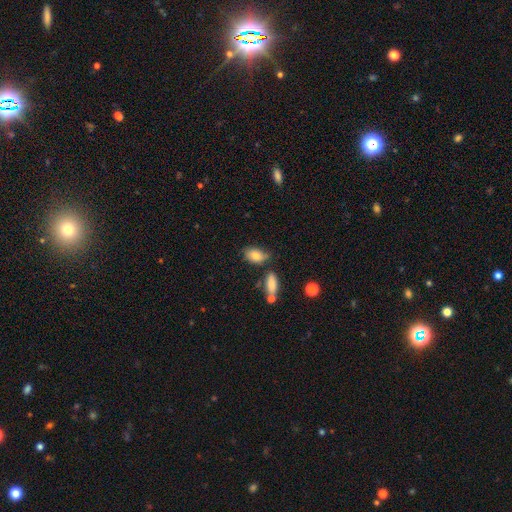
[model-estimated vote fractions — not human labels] The model was most divided on "merging": none: 63%, minor disturbance: 22%, merger: 10%, major disturbance: 5%. More confident: how rounded — in between (89%); smooth or featured — smooth (80%).